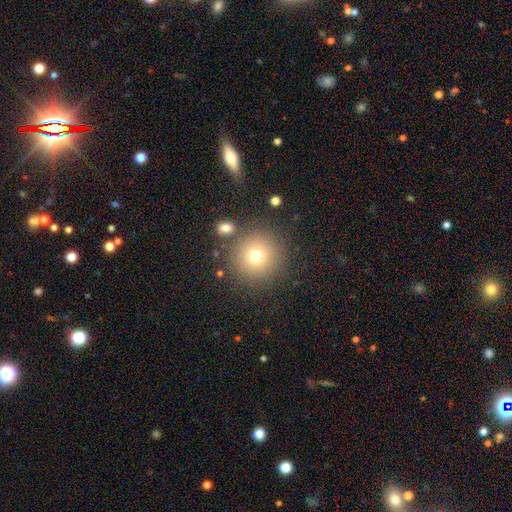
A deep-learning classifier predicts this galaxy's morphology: A smooth galaxy with no disk features (72%) that is round (95%).

Vote fractions:
- Smooth or featured? smooth: 72% / star or artifact: 16% / featured or disk: 12%
- How rounded? round: 95% / in between: 4% / cigar-shaped: 1%
- Merging? none: 83% / minor disturbance: 7% / merger: 6% / major disturbance: 4%